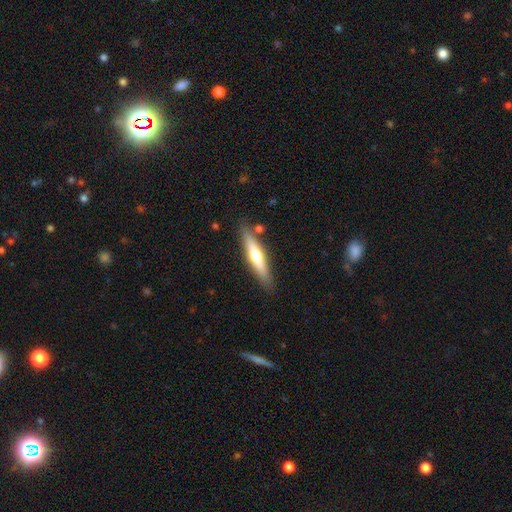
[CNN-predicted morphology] Smooth or featured? Predicted: featured or disk (p=0.51). Edge-on disk? Predicted: yes (p=0.92). Merging? Predicted: none (p=0.85).